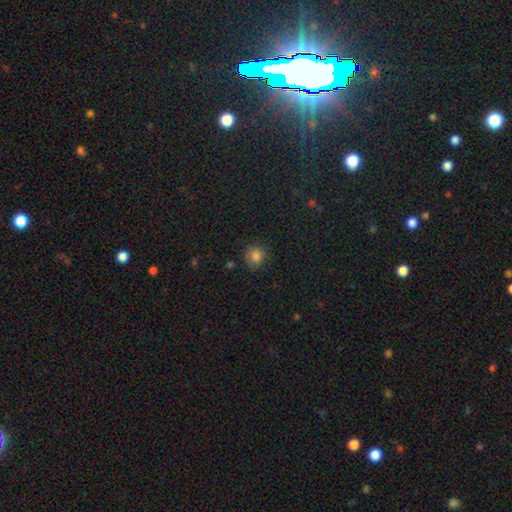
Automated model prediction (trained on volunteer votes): Smooth or featured? Predicted: smooth (p=0.82). How rounded? Predicted: round (p=0.84). Merging? Predicted: none (p=0.82).